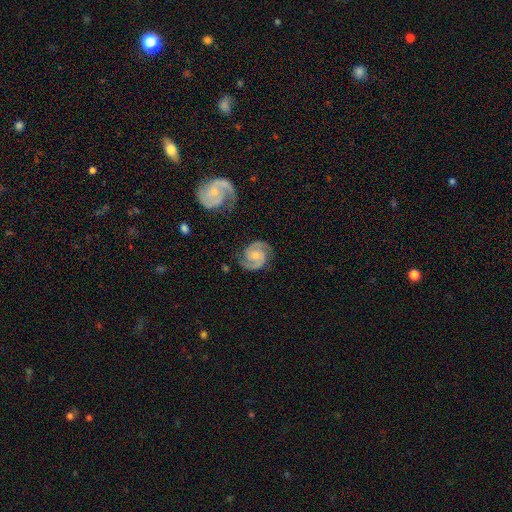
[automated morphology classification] Overall: featured or disk (89%). Edge-on disk: no (98%). Bar: no (56%; weak 37%). Spiral arms: yes (98%). Spiral arm count: 2 (92%). Spiral winding: medium (52%; tight 38%). Bulge size: small (48%; moderate 41%). Merging: none (79%).